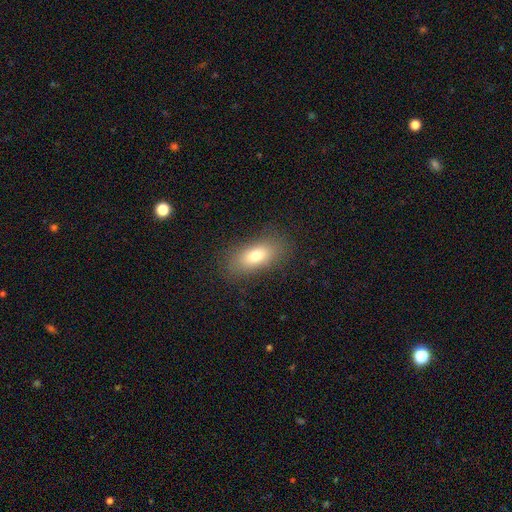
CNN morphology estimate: Smooth or featured? Predicted: smooth (p=0.76). How rounded? Predicted: in between (p=0.81). Merging? Predicted: none (p=0.84).